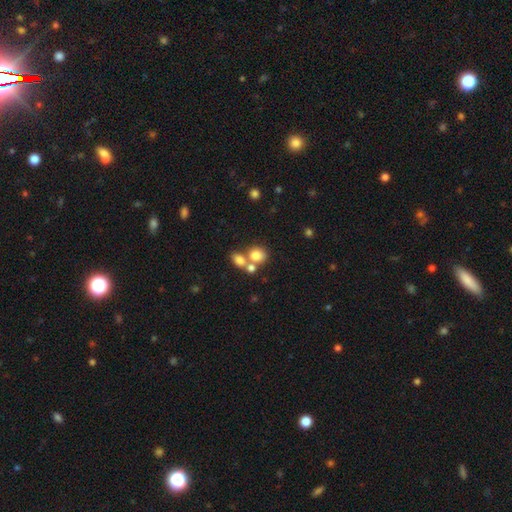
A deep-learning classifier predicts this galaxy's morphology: A smooth galaxy with no disk features (76%) that is round (64%). Merging: merger (49%).